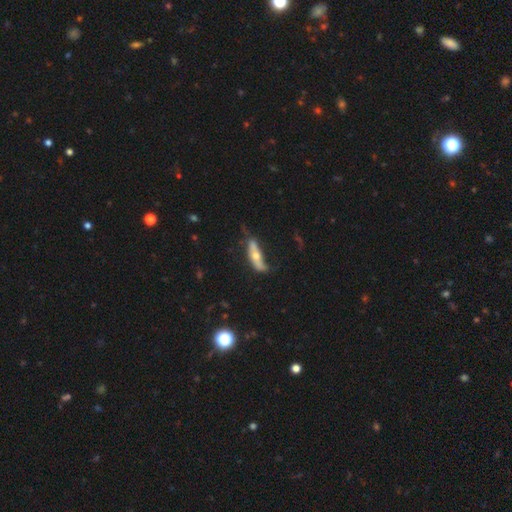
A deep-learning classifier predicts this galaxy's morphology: Q: Smooth or featured?
A: featured or disk (53%); runner-up: smooth (41%)
Q: Edge-on disk?
A: yes (55%); runner-up: no (45%)
Q: Merging?
A: none (45%); runner-up: minor disturbance (32%)